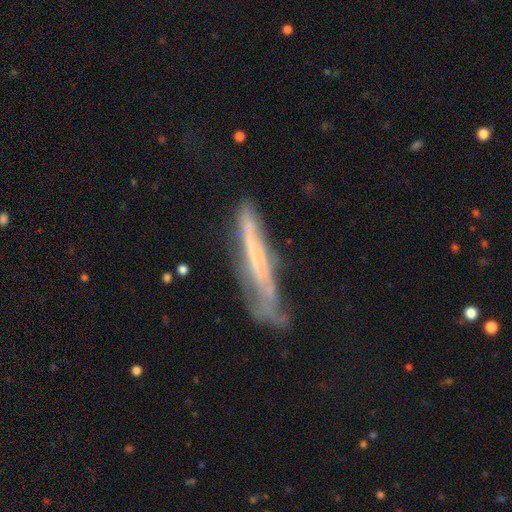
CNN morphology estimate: A featured or disk galaxy (58%) viewed edge-on (71%).

Vote fractions:
- Smooth or featured? featured or disk: 58% / smooth: 33% / star or artifact: 9%
- Edge-on disk? yes: 71% / no: 29%
- Merging? none: 47% / minor disturbance: 29% / major disturbance: 19% / merger: 5%